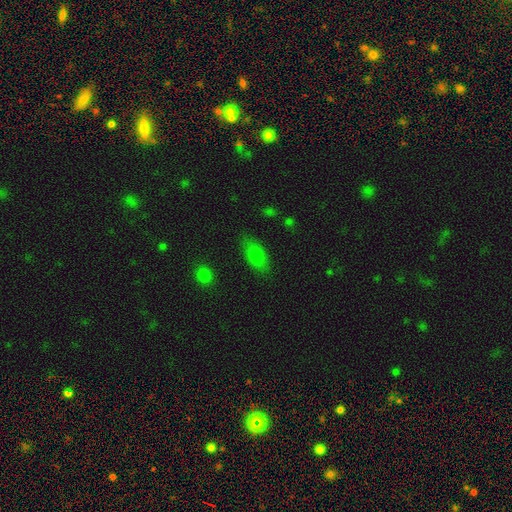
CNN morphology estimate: Smooth or featured? smooth (77%)
How rounded? in between (84%)
Merging? none (80%)